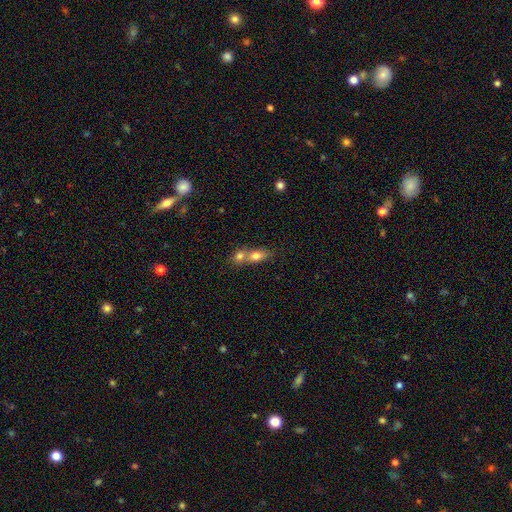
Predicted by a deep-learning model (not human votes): Overall: smooth (73%). How rounded: in between (58%; round 34%). Merging: merger (68%).